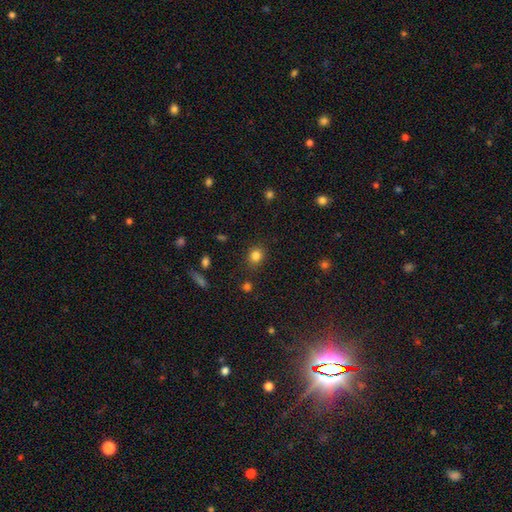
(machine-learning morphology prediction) Smooth or featured: smooth — 82% (star or artifact — 13%)
How rounded: round — 74% (in between — 25%)
Merging: none — 85% (minor disturbance — 9%)